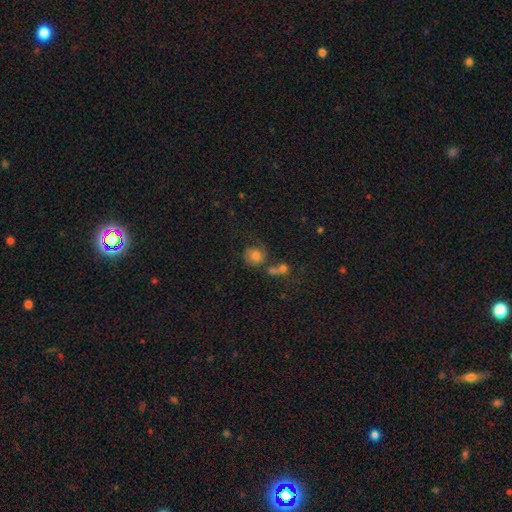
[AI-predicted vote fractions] Smooth or featured: smooth — 58% (featured or disk — 31%)
How rounded: round — 80% (in between — 19%)
Merging: none — 43% (merger — 22%)